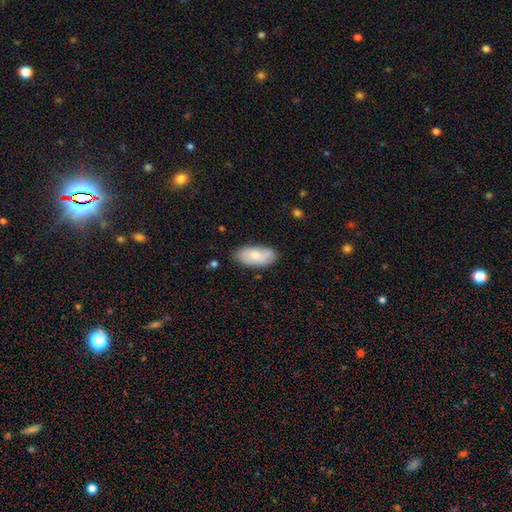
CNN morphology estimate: A smooth galaxy with no disk features (74%) that is in between round and cigar-shaped (93%). Merging: none (78%).